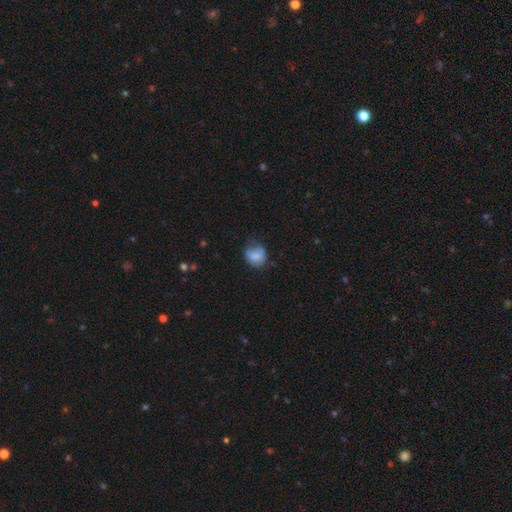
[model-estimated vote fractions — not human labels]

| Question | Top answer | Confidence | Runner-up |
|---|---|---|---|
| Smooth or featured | smooth | 76% | featured or disk (15%) |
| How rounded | round | 64% | in between (35%) |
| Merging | none | 53% | minor disturbance (31%) |